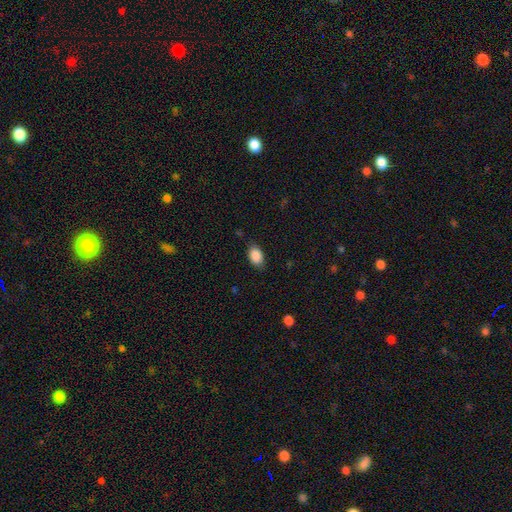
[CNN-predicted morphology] Smooth or featured? smooth (89%)
How rounded? in between (87%)
Merging? none (82%)